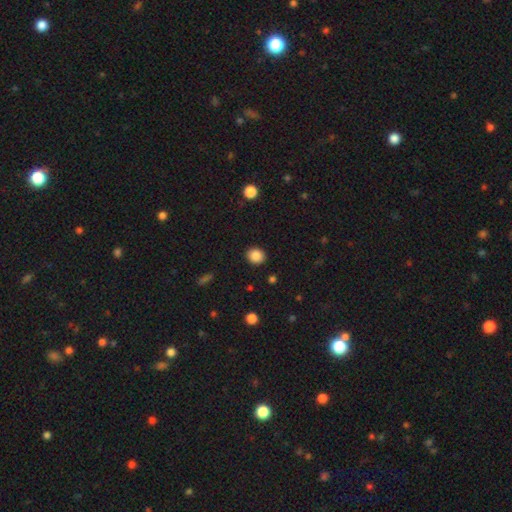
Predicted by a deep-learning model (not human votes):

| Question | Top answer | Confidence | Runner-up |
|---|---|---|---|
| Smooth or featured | smooth | 86% | star or artifact (9%) |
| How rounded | round | 74% | in between (25%) |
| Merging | none | 91% | minor disturbance (6%) |